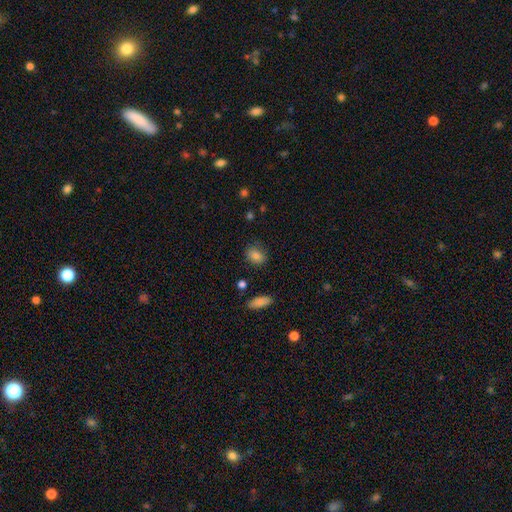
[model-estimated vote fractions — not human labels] Smooth or featured: smooth — 84% (star or artifact — 9%)
How rounded: in between — 62% (round — 36%)
Merging: none — 81% (minor disturbance — 13%)